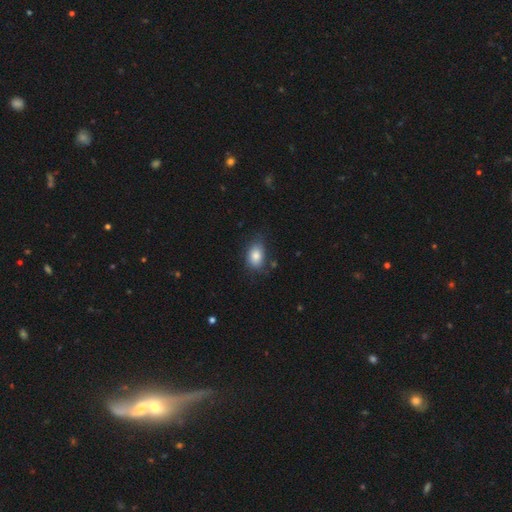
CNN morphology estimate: type=smooth (83%); roundness=in between (85%); merging=none (73%).